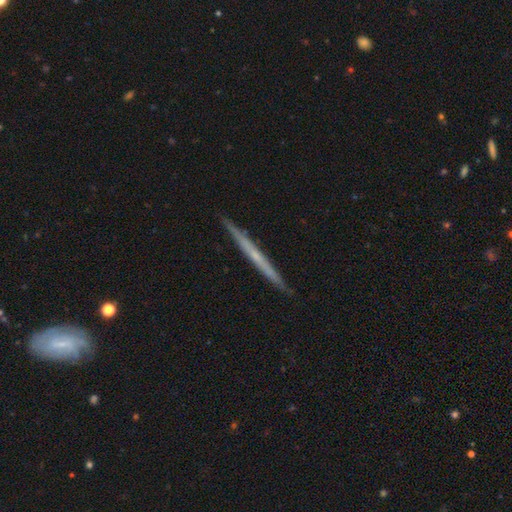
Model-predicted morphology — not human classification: Q: Smooth or featured?
A: featured or disk (61%); runner-up: smooth (33%)
Q: Edge-on disk?
A: yes (97%); runner-up: no (3%)
Q: Edge-on bulge?
A: none (80%); runner-up: rounded (16%)
Q: Merging?
A: none (91%); runner-up: minor disturbance (6%)